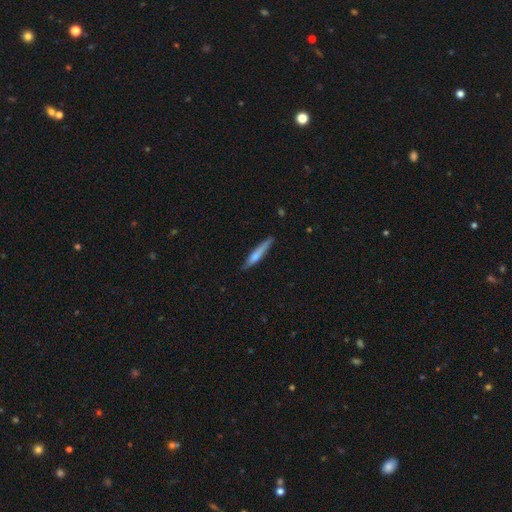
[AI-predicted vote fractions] Smooth or featured?
  - featured or disk: 52% *
  - smooth: 42%
  - star or artifact: 6%
Edge-on disk?
  - yes: 95% *
  - no: 5%
Merging?
  - none: 84% *
  - minor disturbance: 13%
  - major disturbance: 2%
  - merger: 1%